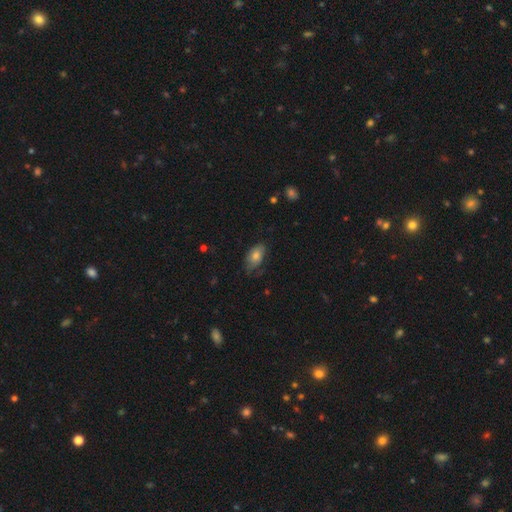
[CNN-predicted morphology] Smooth or featured? smooth (71%)
How rounded? in between (91%)
Merging? none (63%)